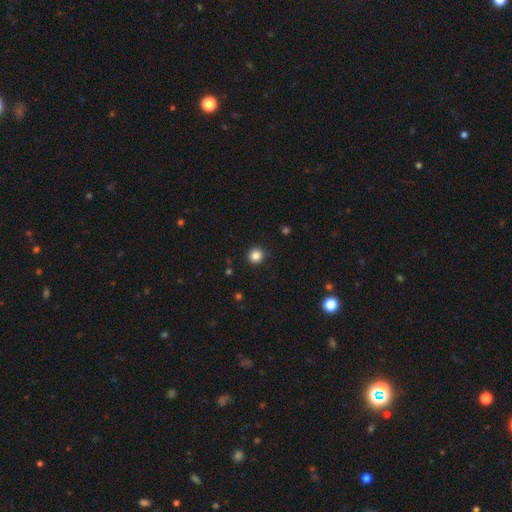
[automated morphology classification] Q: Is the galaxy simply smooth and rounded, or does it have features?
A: smooth — 85%.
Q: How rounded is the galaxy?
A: round — 94%.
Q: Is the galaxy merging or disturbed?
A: none — 91%.